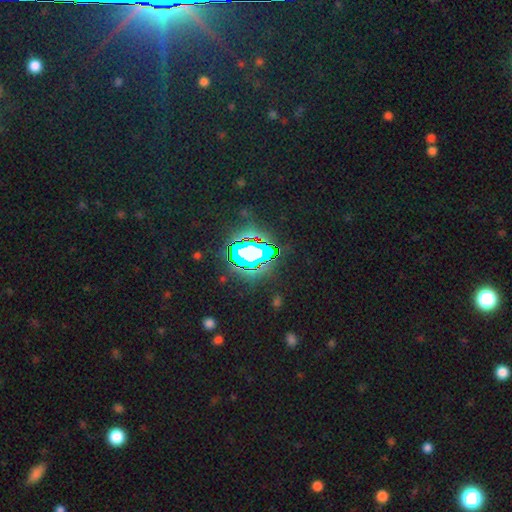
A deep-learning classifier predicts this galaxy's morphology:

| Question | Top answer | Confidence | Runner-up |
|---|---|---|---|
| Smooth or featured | star or artifact | 73% | smooth (16%) |